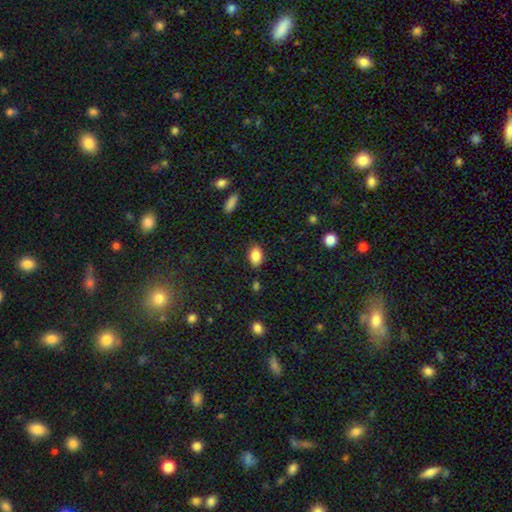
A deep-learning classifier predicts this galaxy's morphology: Smooth or featured: smooth — 86% (star or artifact — 8%)
How rounded: in between — 88% (round — 10%)
Merging: none — 83% (minor disturbance — 12%)